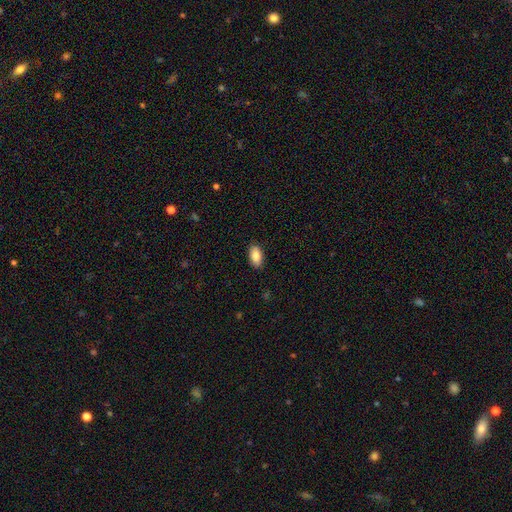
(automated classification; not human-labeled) Smooth or featured: smooth — 87% (star or artifact — 7%)
How rounded: in between — 94% (round — 3%)
Merging: none — 89% (minor disturbance — 8%)